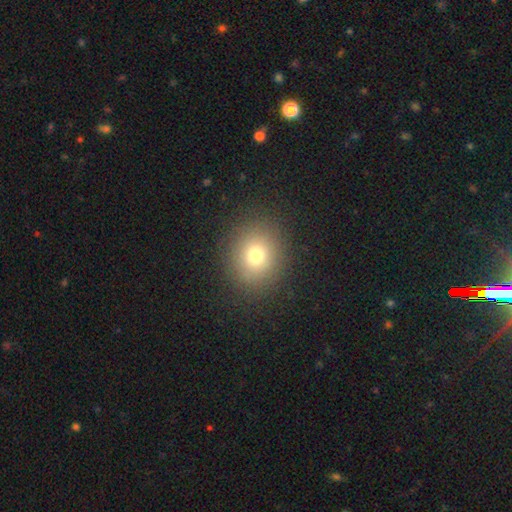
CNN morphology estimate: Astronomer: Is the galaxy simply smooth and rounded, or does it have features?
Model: smooth — 73%.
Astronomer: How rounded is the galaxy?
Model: round — 76%.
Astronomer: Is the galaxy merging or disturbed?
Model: none — 87%.